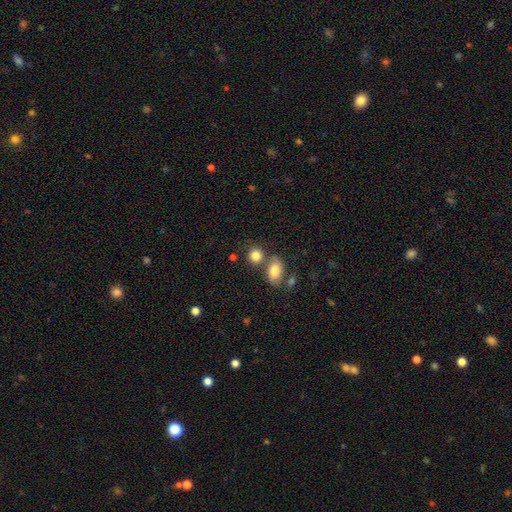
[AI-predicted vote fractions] Q: Smooth or featured?
A: smooth (83%); runner-up: star or artifact (9%)
Q: How rounded?
A: round (72%); runner-up: in between (26%)
Q: Merging?
A: none (58%); runner-up: merger (26%)